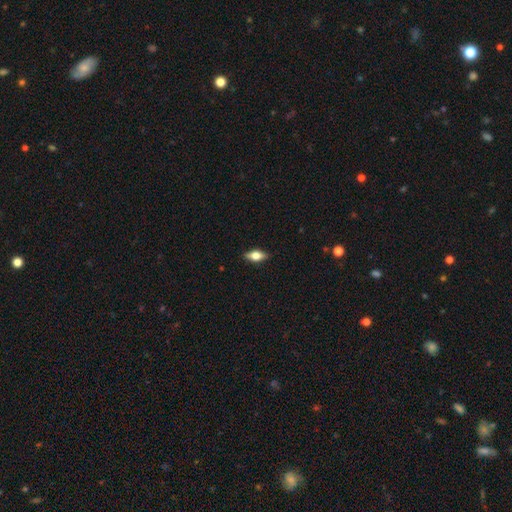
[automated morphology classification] smooth 52%, featured or disk 40%, star or artifact 8%. Down the decision tree: how rounded — in between (77%); merging — none (87%).